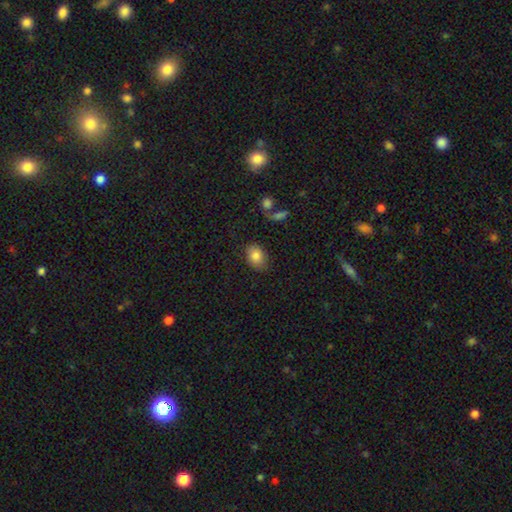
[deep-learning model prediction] smooth 83%, featured or disk 9%, star or artifact 9%. Down the decision tree: how rounded — in between (72%); merging — none (79%).